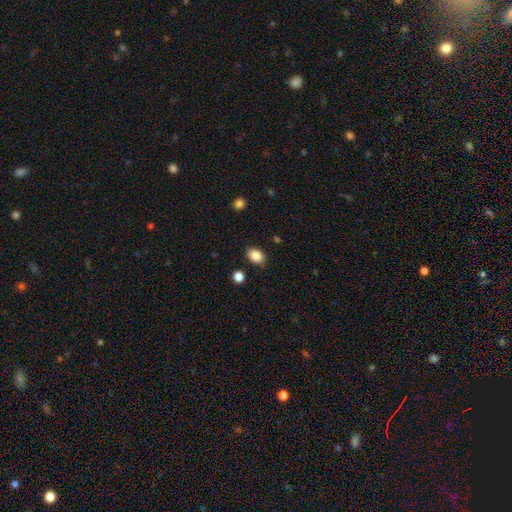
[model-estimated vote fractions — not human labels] This is clearly a smooth galaxy (87%). How rounded: likely in between (73%). Merging: clearly none (85%).